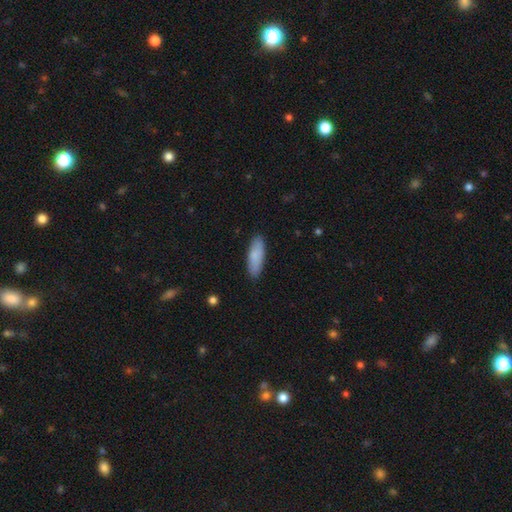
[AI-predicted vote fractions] Smooth or featured: smooth — 85% (featured or disk — 10%)
How rounded: in between — 58% (cigar-shaped — 40%)
Merging: none — 88% (minor disturbance — 9%)